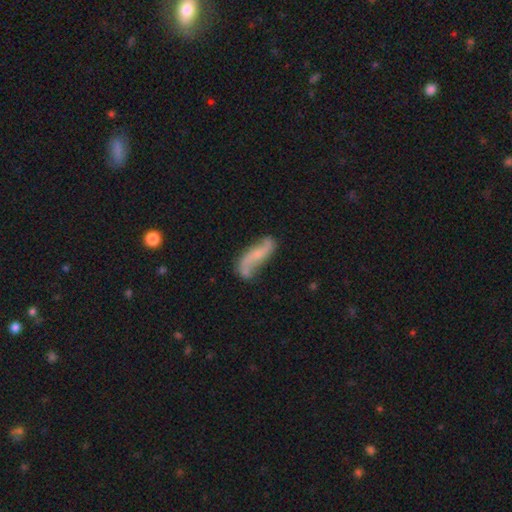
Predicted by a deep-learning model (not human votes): Smooth or featured? Predicted: featured or disk (p=0.71). Edge-on disk? Predicted: no (p=0.89). Bar? Predicted: no (p=0.55). Spiral arms? Predicted: yes (p=0.91). Spiral winding? Predicted: loose (p=0.85). Spiral arm count? Predicted: 2 (p=0.91). Bulge size? Predicted: small (p=0.56). Merging? Predicted: none (p=0.64).